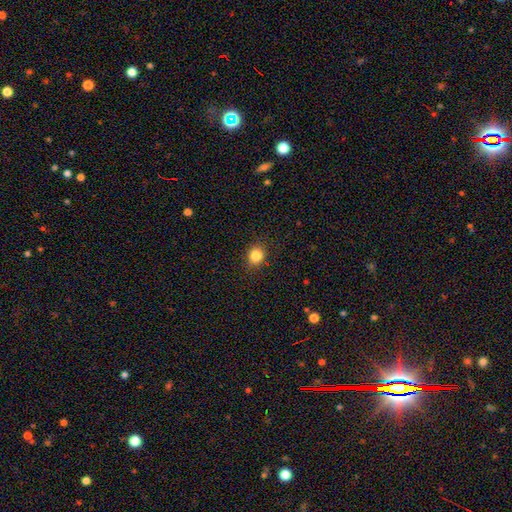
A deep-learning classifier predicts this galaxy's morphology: Smooth or featured? Predicted: smooth (p=0.83). How rounded? Predicted: round (p=0.76). Merging? Predicted: none (p=0.87).